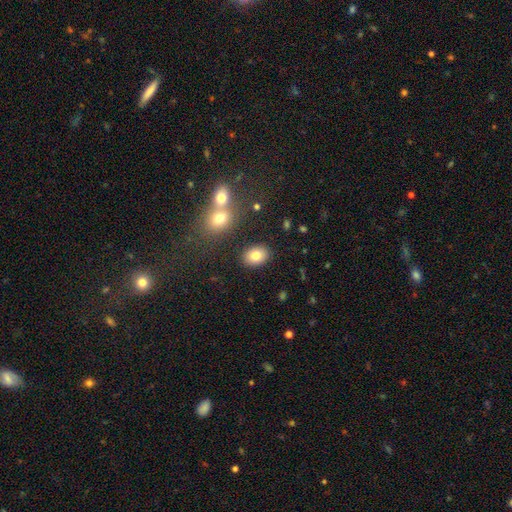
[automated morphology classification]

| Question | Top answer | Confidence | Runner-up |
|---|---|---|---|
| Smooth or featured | smooth | 80% | featured or disk (10%) |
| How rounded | in between | 68% | round (31%) |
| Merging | none | 85% | minor disturbance (8%) |